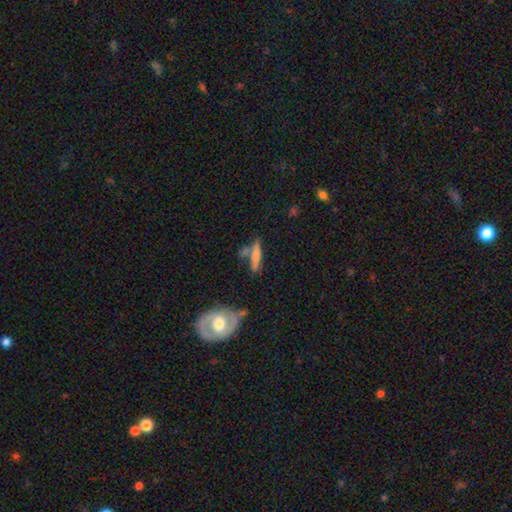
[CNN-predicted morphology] Smooth or featured? Predicted: smooth (p=0.61). How rounded? Predicted: cigar-shaped (p=0.83). Merging? Predicted: none (p=0.62).